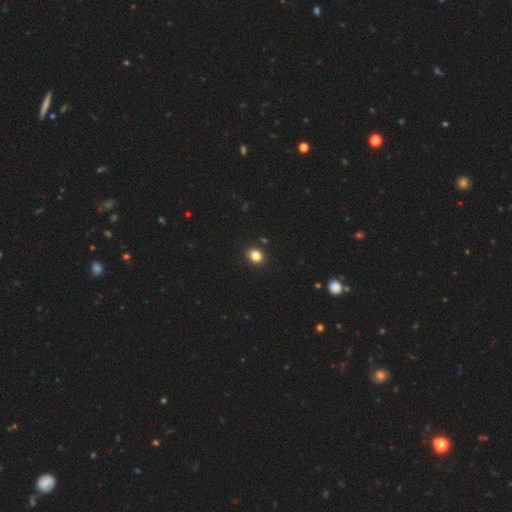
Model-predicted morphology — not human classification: Smooth or featured: smooth — 83% (star or artifact — 12%)
How rounded: round — 62% (in between — 37%)
Merging: none — 91% (minor disturbance — 6%)